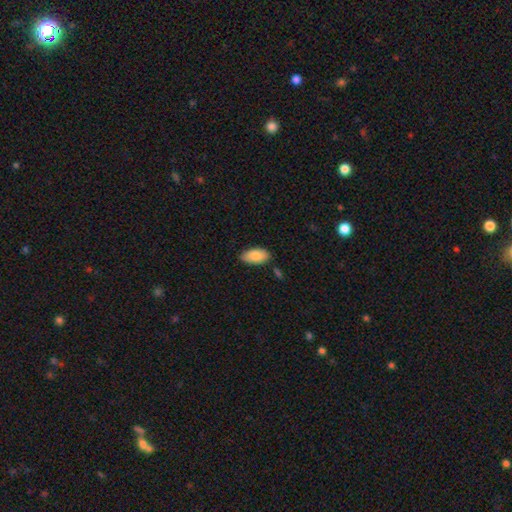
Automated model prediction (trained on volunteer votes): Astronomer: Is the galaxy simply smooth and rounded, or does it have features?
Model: smooth — 86%.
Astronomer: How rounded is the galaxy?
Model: in between — 94%.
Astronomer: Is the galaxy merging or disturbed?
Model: none — 79%.